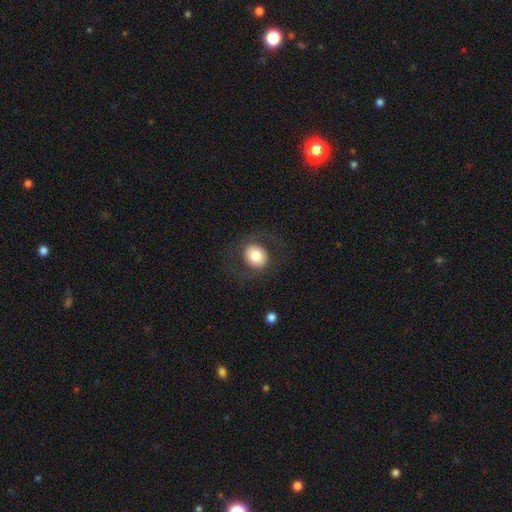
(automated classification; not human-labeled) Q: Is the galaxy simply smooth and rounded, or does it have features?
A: smooth — 70%.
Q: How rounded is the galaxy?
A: round — 73%.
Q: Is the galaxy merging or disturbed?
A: none — 77%.